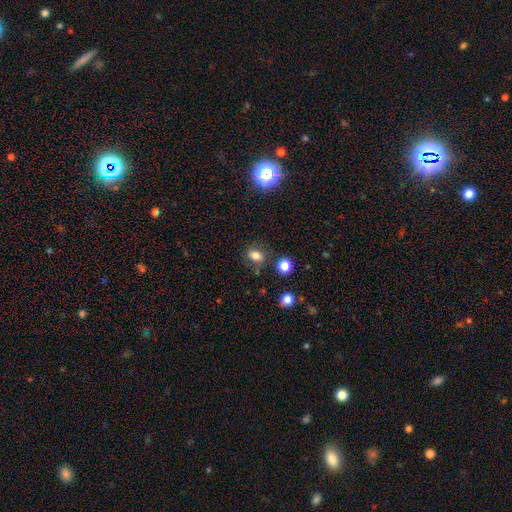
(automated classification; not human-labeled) Morphology: type=smooth (79%); roundness=in between (62%); merging=none (76%).